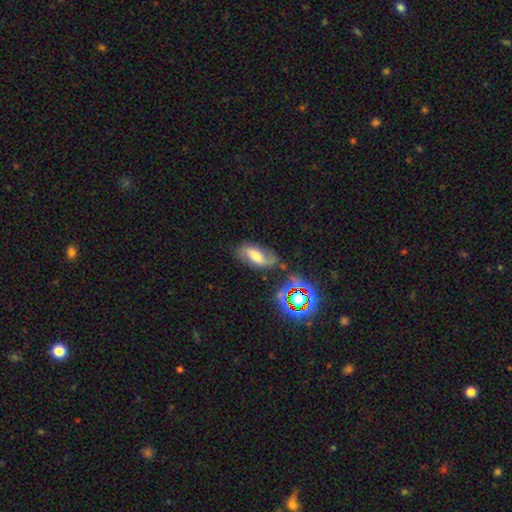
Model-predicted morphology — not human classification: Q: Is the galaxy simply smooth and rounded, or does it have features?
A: featured or disk — 55%.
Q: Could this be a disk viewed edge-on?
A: no — 90%.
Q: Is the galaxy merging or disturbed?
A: none — 61%.